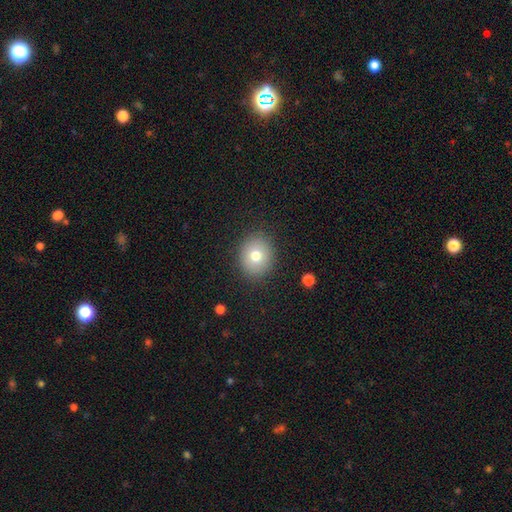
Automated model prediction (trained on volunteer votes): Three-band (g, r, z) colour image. It shows a smooth galaxy with no disk features (74%) that is round (76%). Merging: none (88%).